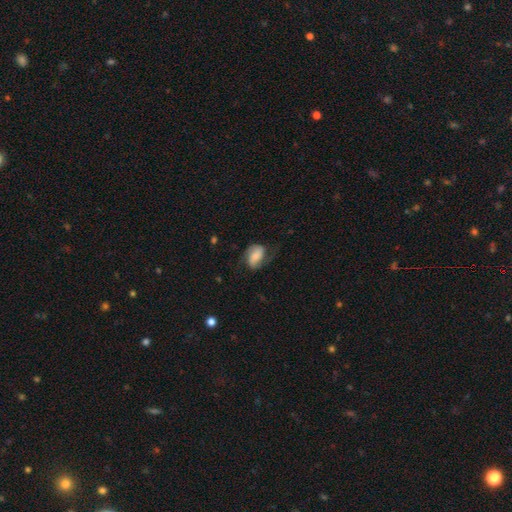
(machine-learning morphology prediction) smooth_or_featured: featured or disk (p=0.50) [alt: smooth p=0.42]
merging: none (p=0.53) [alt: minor disturbance p=0.25]